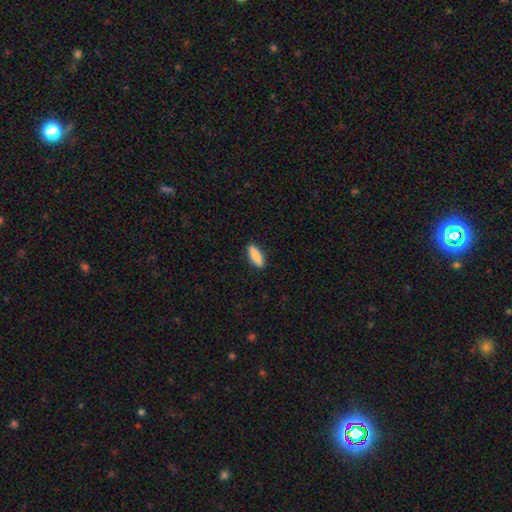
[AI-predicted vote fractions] This appears to be a smooth galaxy with no disk features (87%) that is in between round and cigar-shaped (57%). Merging: none (89%).